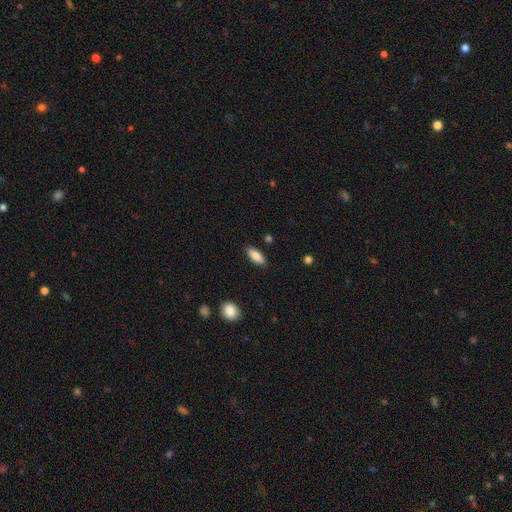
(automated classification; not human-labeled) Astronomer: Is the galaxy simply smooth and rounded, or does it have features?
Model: smooth — 82%.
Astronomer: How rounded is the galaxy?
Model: in between — 76%.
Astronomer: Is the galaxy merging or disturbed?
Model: none — 87%.